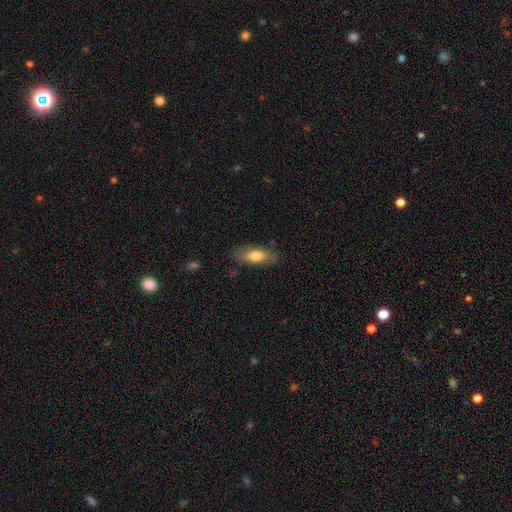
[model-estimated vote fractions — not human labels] Smooth or featured: smooth — 71% (featured or disk — 23%)
How rounded: in between — 73% (cigar-shaped — 24%)
Merging: none — 77% (minor disturbance — 16%)